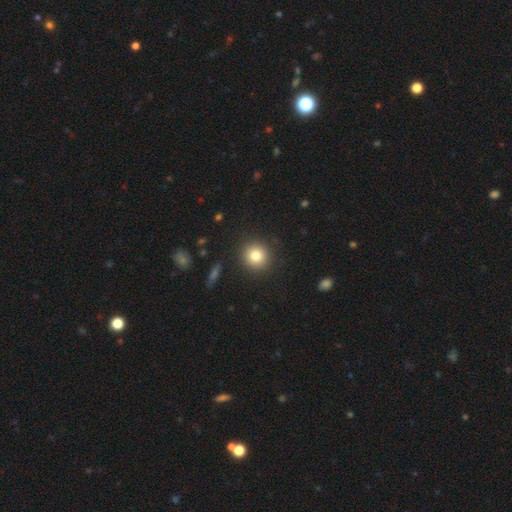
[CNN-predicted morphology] A smooth galaxy with no disk features (81%) that is round (92%).

Vote fractions:
- Smooth or featured? smooth: 81% / star or artifact: 11% / featured or disk: 9%
- How rounded? round: 92% / in between: 7% / cigar-shaped: 1%
- Merging? none: 90% / minor disturbance: 6% / major disturbance: 2% / merger: 1%